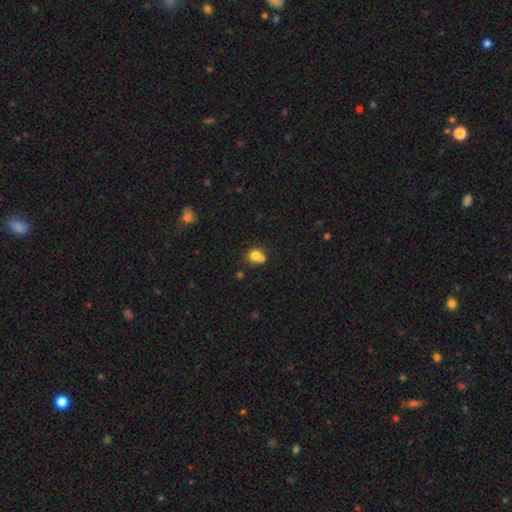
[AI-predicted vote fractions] Smooth or featured?
  - smooth: 76% *
  - featured or disk: 13%
  - star or artifact: 12%
How rounded?
  - round: 73% *
  - in between: 26%
  - cigar-shaped: 1%
Merging?
  - merger: 48% *
  - none: 38%
  - minor disturbance: 10%
  - major disturbance: 4%